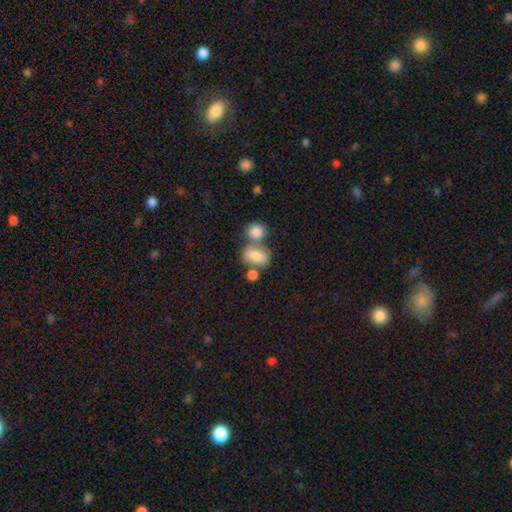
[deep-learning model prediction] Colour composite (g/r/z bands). It shows a smooth galaxy with no disk features (77%) that is in between round and cigar-shaped (80%). Merging: merger (42%).